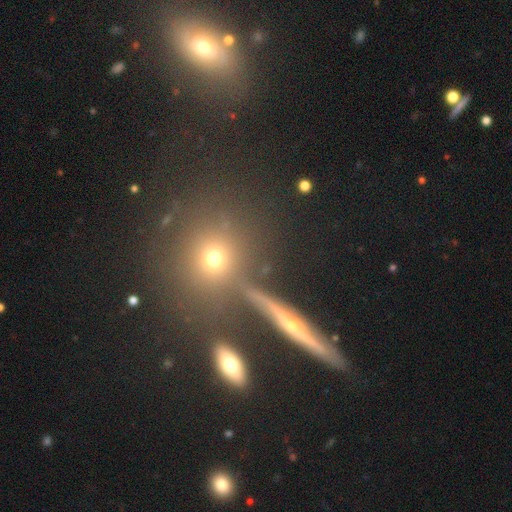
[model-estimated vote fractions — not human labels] Q: Smooth or featured?
A: smooth (38%); runner-up: featured or disk (34%)
Q: Merging?
A: none (78%); runner-up: merger (10%)